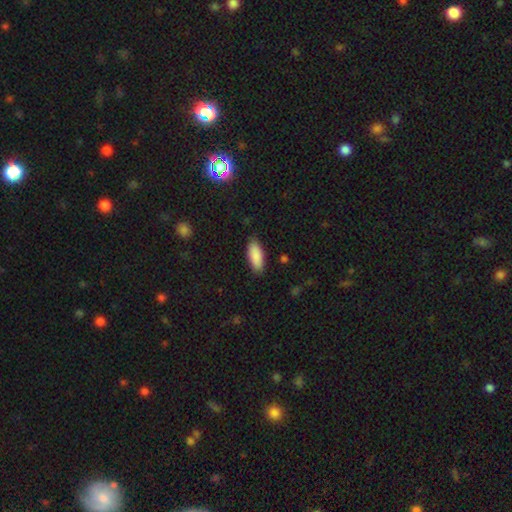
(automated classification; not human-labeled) Q: Smooth or featured?
A: smooth (89%); runner-up: star or artifact (6%)
Q: How rounded?
A: in between (78%); runner-up: cigar-shaped (20%)
Q: Merging?
A: none (86%); runner-up: minor disturbance (11%)